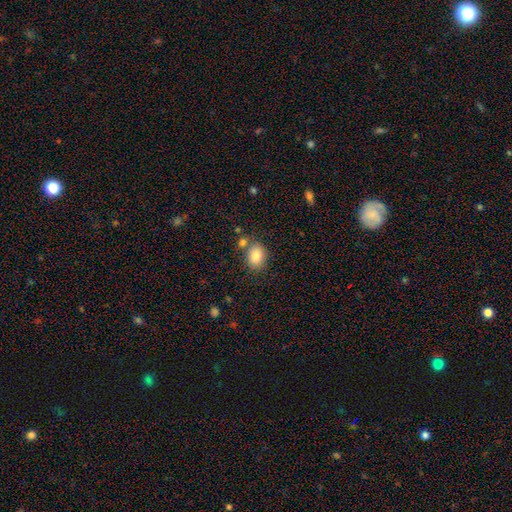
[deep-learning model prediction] Overall: smooth (86%). How rounded: in between (69%; round 30%). Merging: none (72%).